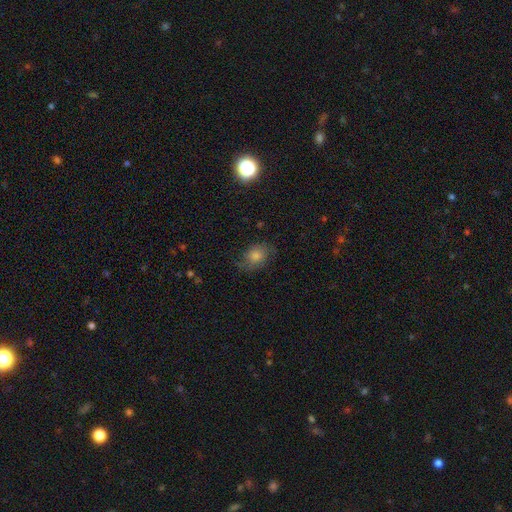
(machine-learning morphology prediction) This is possibly a smooth galaxy (52%). How rounded: possibly in between (55%). Merging: likely none (68%).